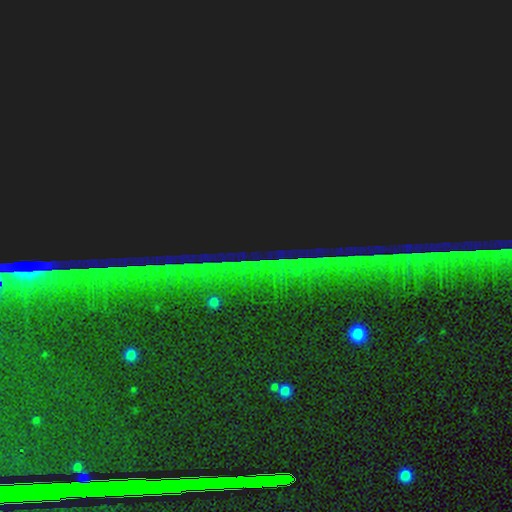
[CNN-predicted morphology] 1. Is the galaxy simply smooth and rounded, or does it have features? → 87% star or artifact, 7% featured or disk, 6% smooth.